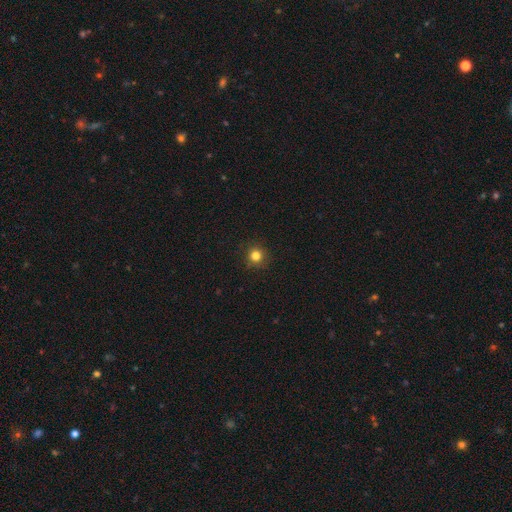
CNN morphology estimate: Smooth or featured: smooth — 81% (star or artifact — 14%)
How rounded: round — 94% (in between — 5%)
Merging: none — 91% (minor disturbance — 6%)